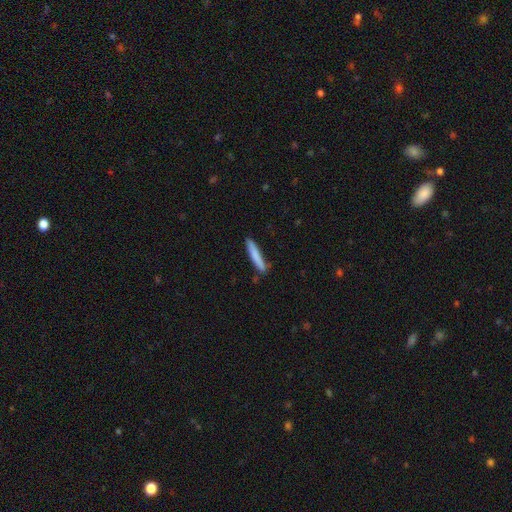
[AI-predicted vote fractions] Morphology: type=smooth (79%); roundness=cigar-shaped (93%); merging=none (83%).